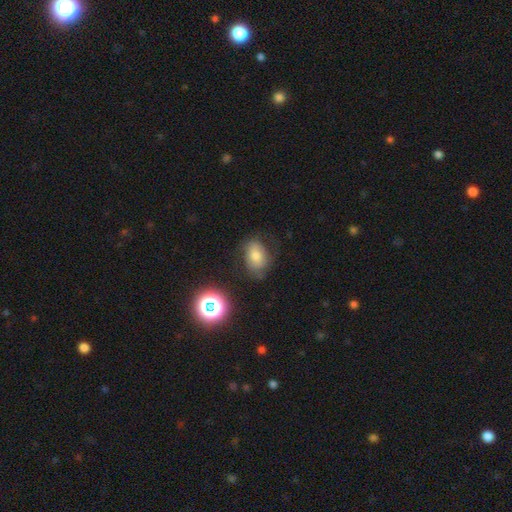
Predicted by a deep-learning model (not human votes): Smooth or featured: smooth — 70% (featured or disk — 16%)
How rounded: in between — 75% (round — 24%)
Merging: none — 69% (minor disturbance — 22%)